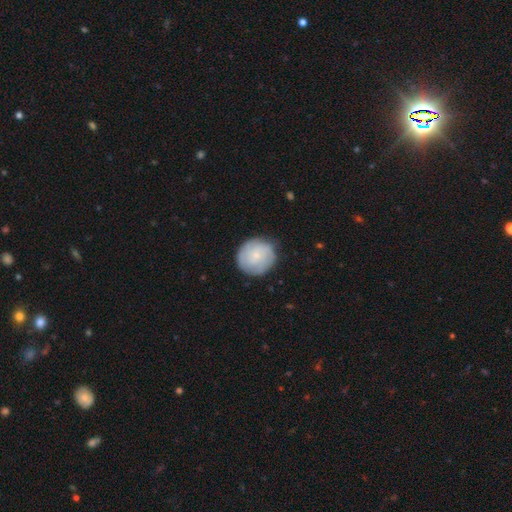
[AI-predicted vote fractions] Overall: smooth (59%; featured or disk 35%). How rounded: round (91%). Merging: none (81%).